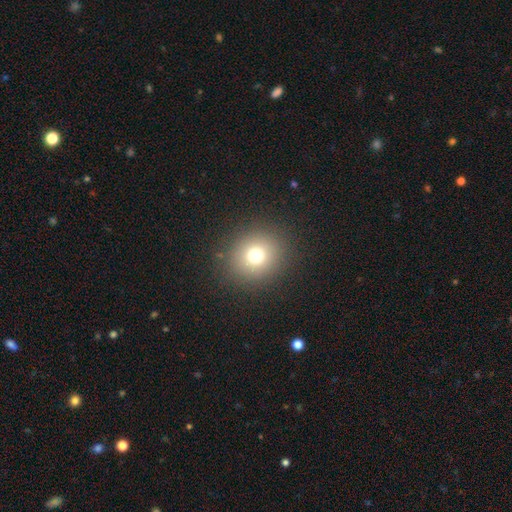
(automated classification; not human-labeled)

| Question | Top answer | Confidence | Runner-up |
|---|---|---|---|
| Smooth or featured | smooth | 73% | star or artifact (17%) |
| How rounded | round | 85% | in between (14%) |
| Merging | none | 89% | minor disturbance (7%) |